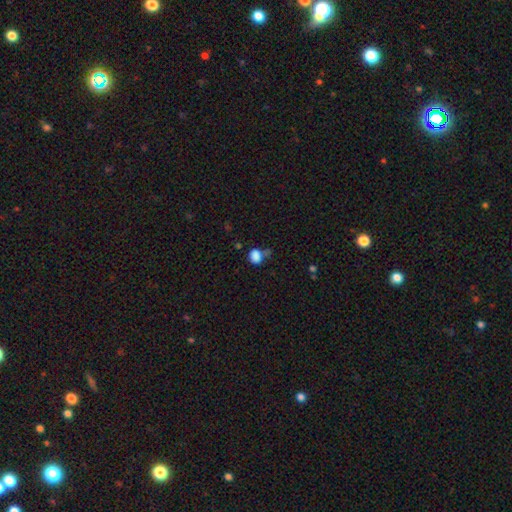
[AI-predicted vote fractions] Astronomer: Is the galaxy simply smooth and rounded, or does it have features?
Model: smooth — 83%.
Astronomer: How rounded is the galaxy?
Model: round — 52% (runner-up: in between, 47%).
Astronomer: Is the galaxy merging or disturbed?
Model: none — 48%.